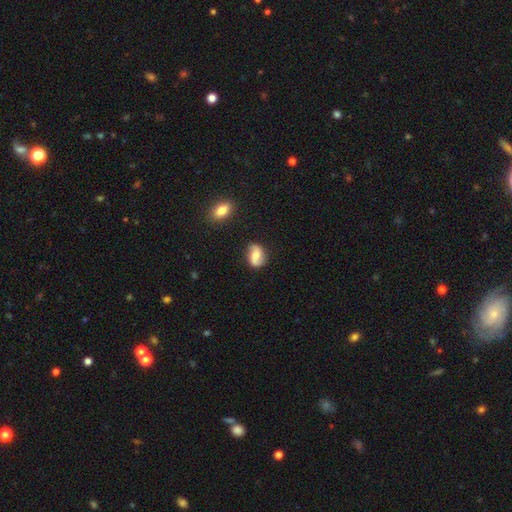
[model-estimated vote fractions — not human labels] Morphology: type=featured or disk (54%); edge-on=no (97%); bar=no (48%); spiral arms=yes (90%); bulge=moderate (50%); merging=none (77%).